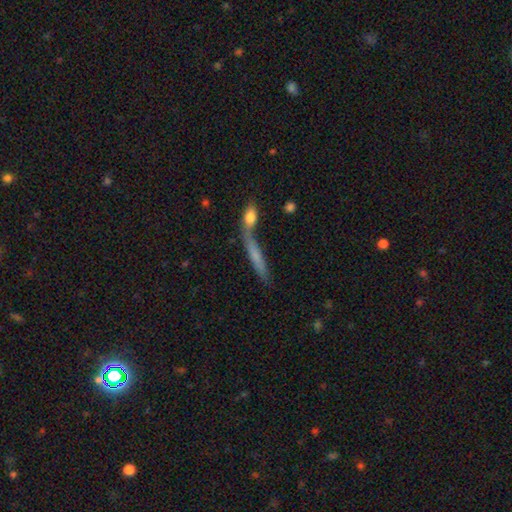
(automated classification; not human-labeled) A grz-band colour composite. It shows a smooth galaxy with no disk features (60%) that is cigar-shaped (83%). Merging: merger (44%).